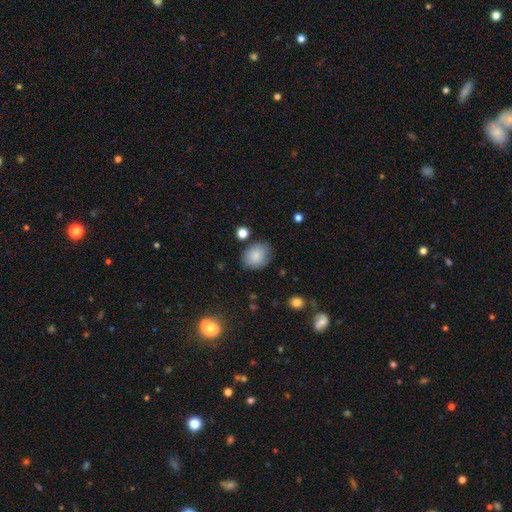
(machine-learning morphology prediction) Smooth or featured?
  - smooth: 86% *
  - star or artifact: 8%
  - featured or disk: 6%
How rounded?
  - in between: 55% *
  - round: 44%
  - cigar-shaped: 1%
Merging?
  - none: 76% *
  - minor disturbance: 16%
  - major disturbance: 4%
  - merger: 3%